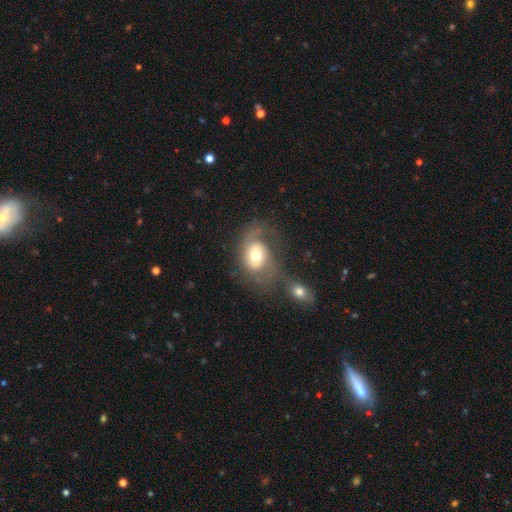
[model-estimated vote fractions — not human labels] Smooth or featured: featured or disk — 61% (smooth — 31%)
Edge-on disk: no — 97% (yes — 3%)
Bar: no — 71% (weak — 24%)
Spiral arms: yes — 83% (no — 17%)
Bulge size: moderate — 68% (large — 18%)
Merging: none — 34% (major disturbance — 26%)